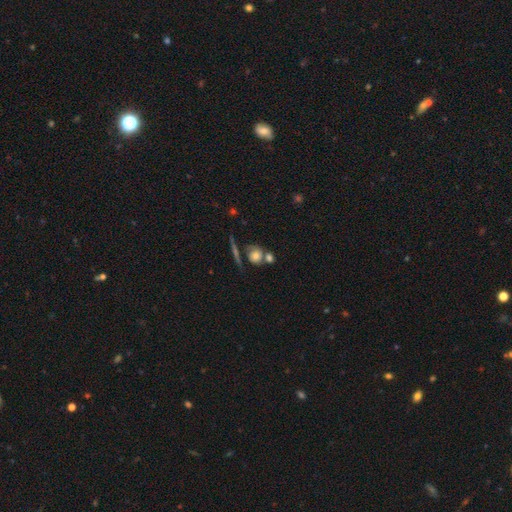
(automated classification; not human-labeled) A smooth galaxy with no disk features (66%) that is round (77%). Merging: none (49%).